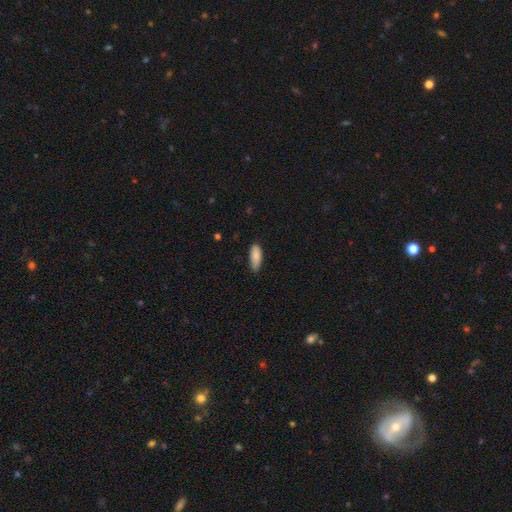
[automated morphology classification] smooth 87%, featured or disk 7%, star or artifact 6%. Down the decision tree: how rounded — in between (67%); merging — none (75%).